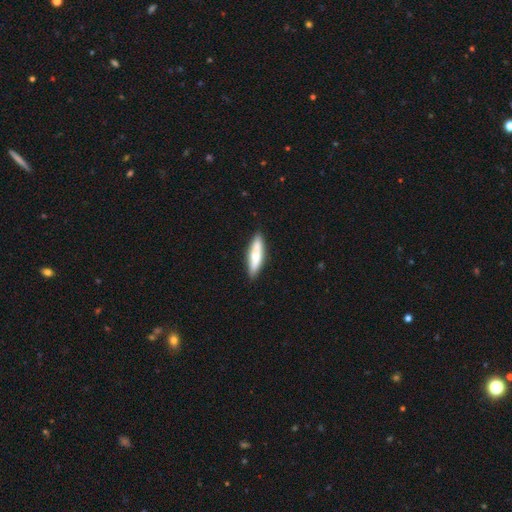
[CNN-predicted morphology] Smooth or featured? smooth (60%)
How rounded? cigar-shaped (70%)
Merging? none (84%)